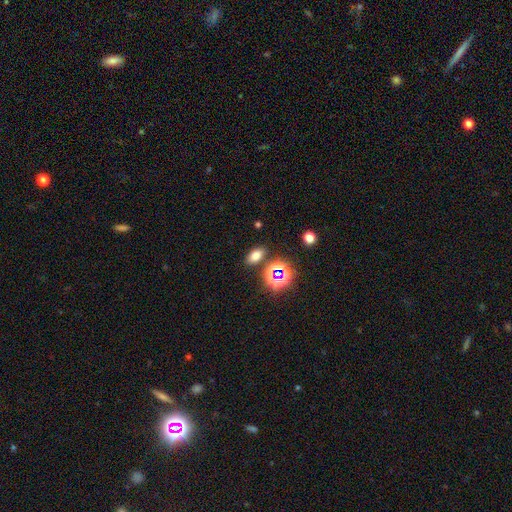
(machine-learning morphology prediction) Smooth or featured? smooth (69%)
How rounded? in between (83%)
Merging? none (84%)